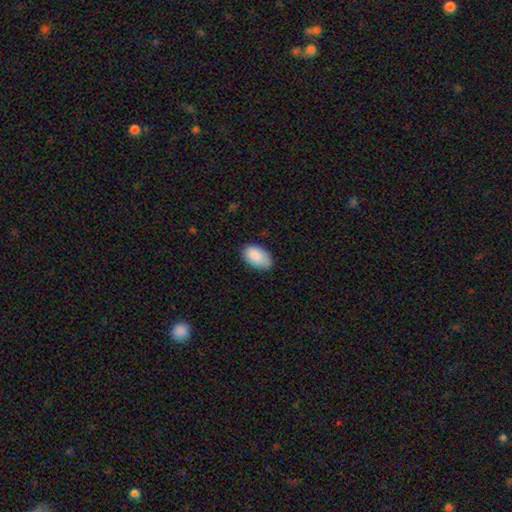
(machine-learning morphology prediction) Q: Smooth or featured?
A: smooth (88%); runner-up: star or artifact (6%)
Q: How rounded?
A: in between (95%); runner-up: round (4%)
Q: Merging?
A: none (78%); runner-up: minor disturbance (18%)